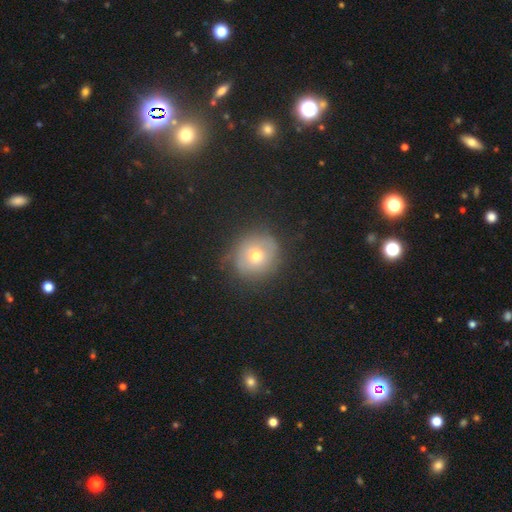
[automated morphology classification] This appears to be a smooth galaxy with no disk features (61%) that is round (86%). Merging: none (75%).